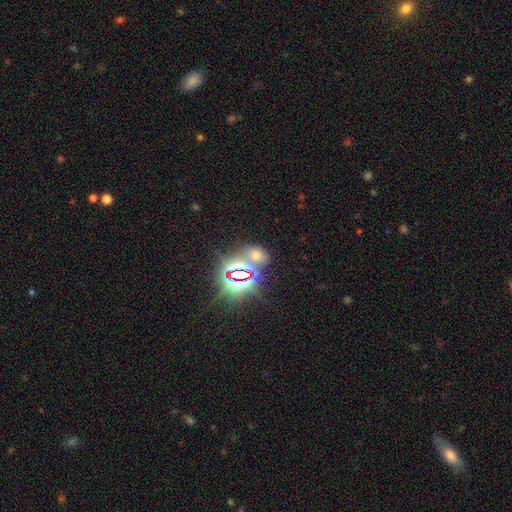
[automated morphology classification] This is possibly a star or artifact rather than a galaxy (53%).